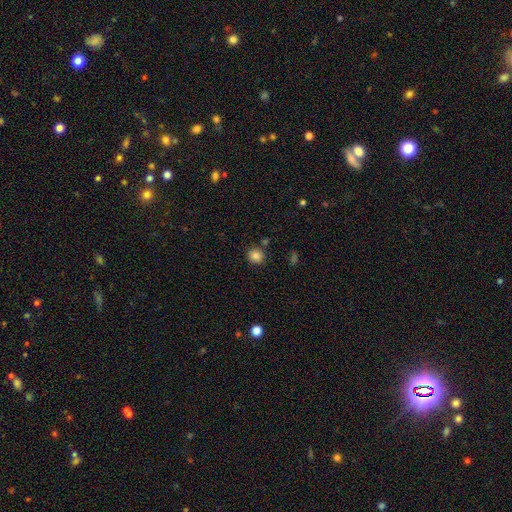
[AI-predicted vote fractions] Q: Smooth or featured?
A: smooth (82%); runner-up: star or artifact (10%)
Q: How rounded?
A: round (91%); runner-up: in between (8%)
Q: Merging?
A: none (84%); runner-up: minor disturbance (9%)